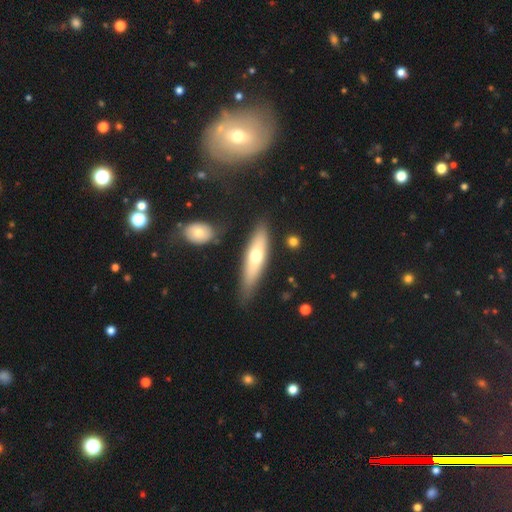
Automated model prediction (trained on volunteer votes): The model was most divided on "smooth or featured": smooth: 52%, featured or disk: 41%, star or artifact: 6%. More confident: merging — none (79%); how rounded — cigar-shaped (67%).